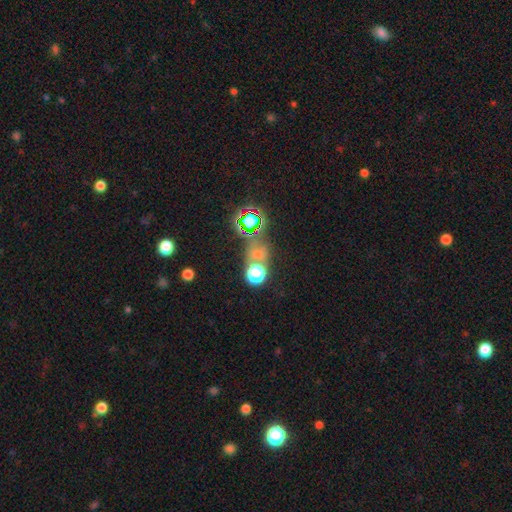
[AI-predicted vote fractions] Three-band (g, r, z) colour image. It shows a star or artifact, not a galaxy (53%).